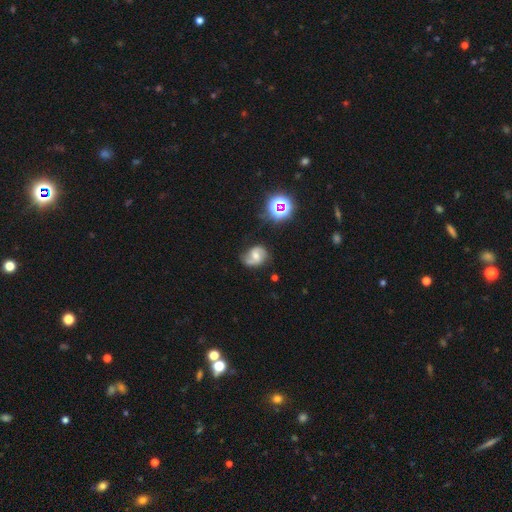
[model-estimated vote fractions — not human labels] smooth-or-featured: featured or disk: 68% | smooth: 20% | star or artifact: 11%
  disk-edge-on: no: 97% | yes: 3%
    bar: weak: 45% | no: 43% | strong: 12%
    has-spiral-arms: yes: 92% | no: 8%
      spiral-winding: medium: 48% | loose: 30% | tight: 22%
      spiral-arm-count: 2: 80% | 1: 9% | can't tell: 8% | 3: 1% | 4: 1% | more than 4: 1%
    bulge-size: moderate: 54% | small: 34% | none: 5% | large: 5% | dominant: 1%
  merging: none: 66% | minor disturbance: 24% | major disturbance: 8% | merger: 2%